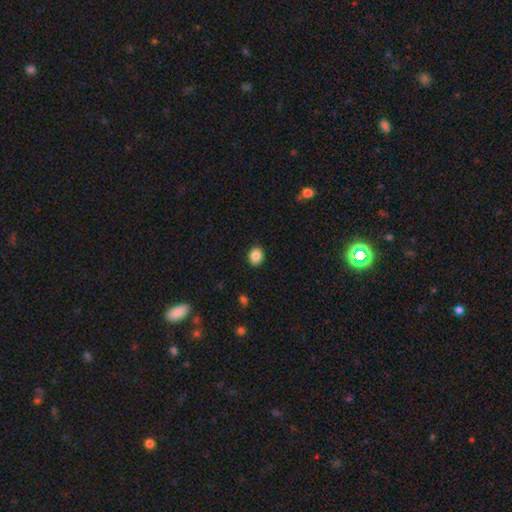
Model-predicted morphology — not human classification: smooth_or_featured: smooth (p=0.87) [alt: star or artifact p=0.09]
how_rounded: round (p=0.56) [alt: in between p=0.43]
merging: none (p=0.90) [alt: minor disturbance p=0.07]